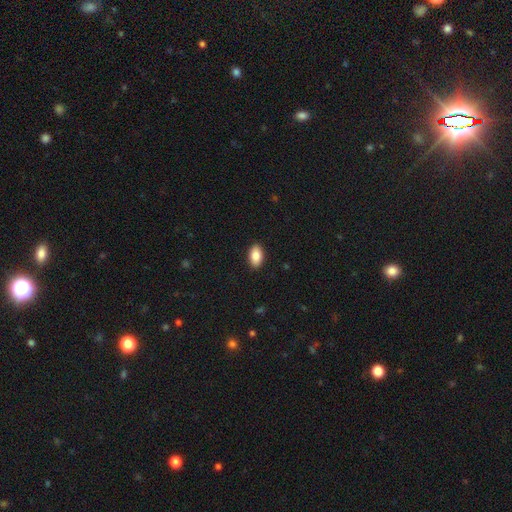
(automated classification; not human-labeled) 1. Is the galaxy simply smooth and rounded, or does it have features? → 86% smooth, 7% star or artifact, 7% featured or disk.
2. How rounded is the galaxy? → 93% in between, 5% round, 2% cigar-shaped.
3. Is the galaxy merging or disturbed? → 90% none, 7% minor disturbance, 2% major disturbance, 1% merger.